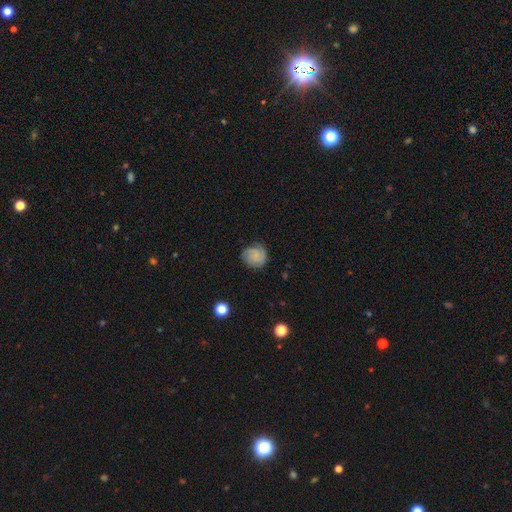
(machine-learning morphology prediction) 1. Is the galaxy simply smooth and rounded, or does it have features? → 57% featured or disk, 34% smooth, 9% star or artifact.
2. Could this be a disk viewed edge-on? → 98% no, 2% yes.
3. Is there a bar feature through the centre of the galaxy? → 70% no, 26% weak, 4% strong.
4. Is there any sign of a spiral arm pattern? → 93% yes, 7% no.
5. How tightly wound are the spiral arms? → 53% tight, 35% medium, 12% loose.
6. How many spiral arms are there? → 30% 3, 29% 2, 23% can't tell, 8% 1, 5% 4, 4% more than 4.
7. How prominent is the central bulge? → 54% none, 34% small, 9% moderate, 2% large, 1% dominant.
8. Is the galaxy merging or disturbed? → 75% none, 17% minor disturbance, 7% major disturbance, 1% merger.